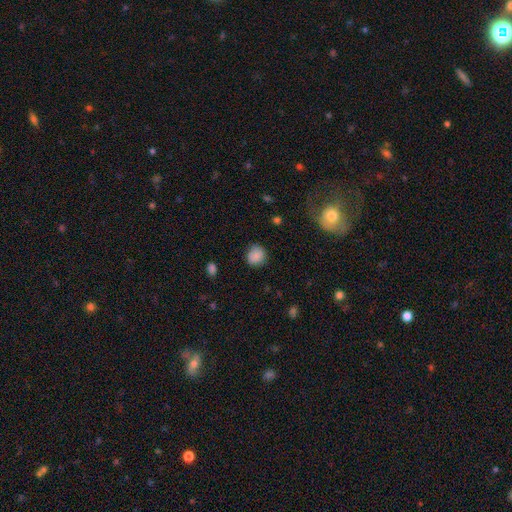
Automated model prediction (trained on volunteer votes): Morphology: type=smooth (86%); roundness=round (80%); merging=none (83%).